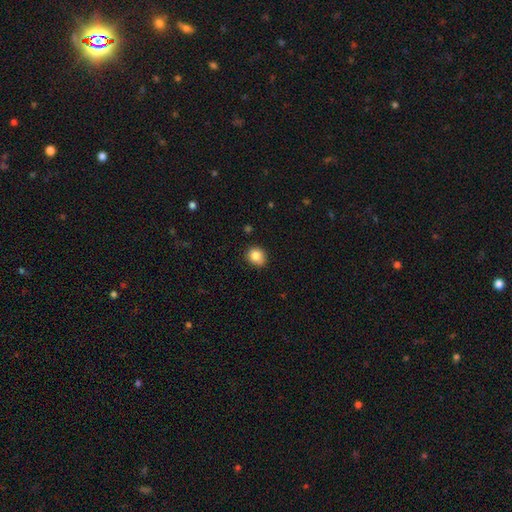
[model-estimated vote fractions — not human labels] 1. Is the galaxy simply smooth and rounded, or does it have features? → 85% smooth, 10% star or artifact, 5% featured or disk.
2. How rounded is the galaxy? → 67% round, 32% in between, 1% cigar-shaped.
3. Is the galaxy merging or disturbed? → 83% none, 14% minor disturbance, 2% major disturbance, 1% merger.